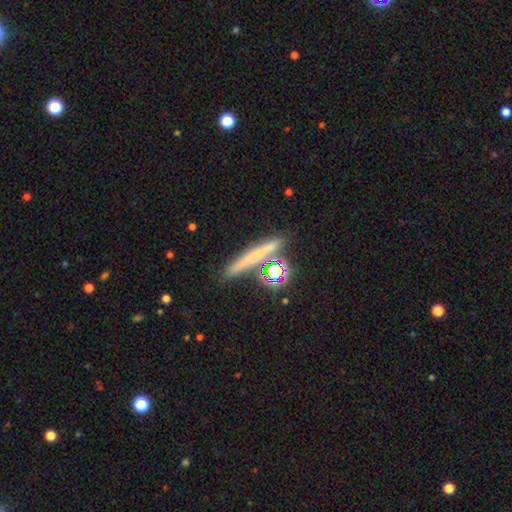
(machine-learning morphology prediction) The model was most divided on "smooth or featured": smooth: 52%, featured or disk: 26%, star or artifact: 22%. More confident: merging — none (81%); how rounded — cigar-shaped (75%).